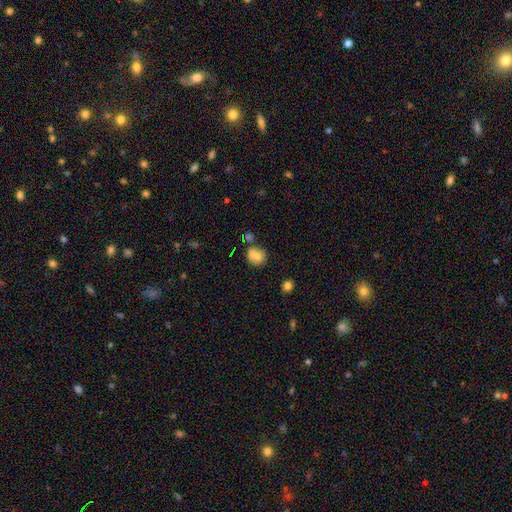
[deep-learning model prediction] The model was most divided on "merging": none: 54%, merger: 25%, minor disturbance: 16%, major disturbance: 5%. More confident: how rounded — round (77%); smooth or featured — smooth (72%).